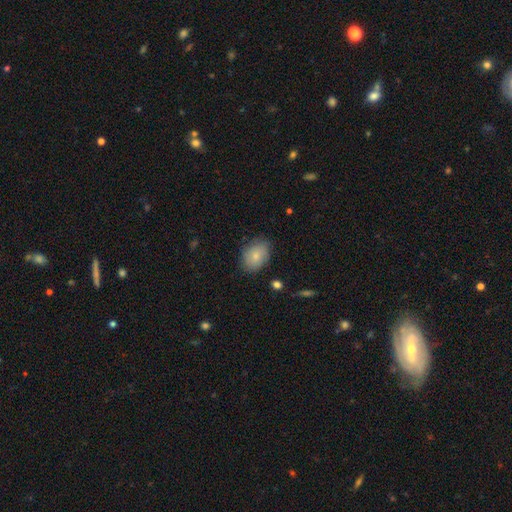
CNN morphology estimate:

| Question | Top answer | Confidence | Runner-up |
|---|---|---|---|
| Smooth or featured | smooth | 80% | featured or disk (13%) |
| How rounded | in between | 74% | round (25%) |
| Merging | none | 77% | minor disturbance (17%) |